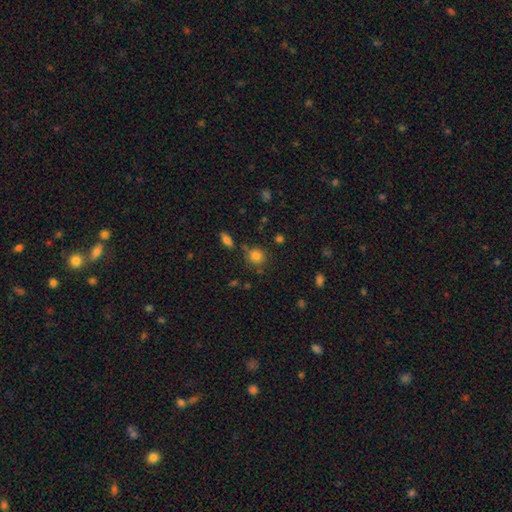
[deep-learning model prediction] Q: Smooth or featured?
A: smooth (81%); runner-up: star or artifact (12%)
Q: How rounded?
A: round (83%); runner-up: in between (16%)
Q: Merging?
A: none (74%); runner-up: minor disturbance (13%)